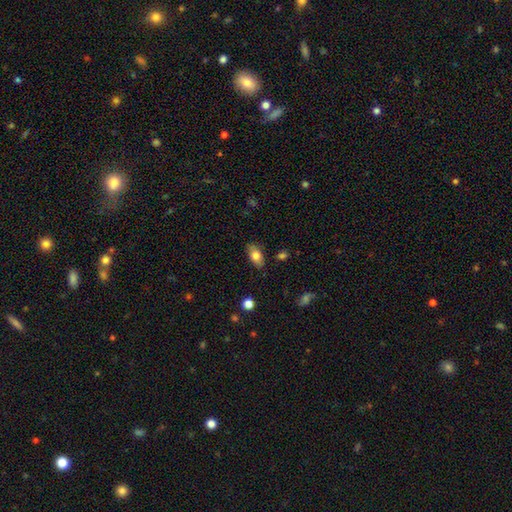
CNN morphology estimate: Smooth or featured: smooth — 79% (featured or disk — 14%)
How rounded: in between — 90% (round — 5%)
Merging: none — 83% (minor disturbance — 13%)